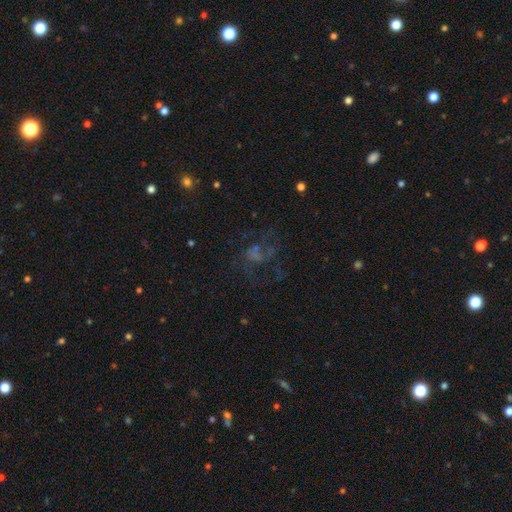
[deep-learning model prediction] A featured or disk galaxy (41%). Merging: none (60%).